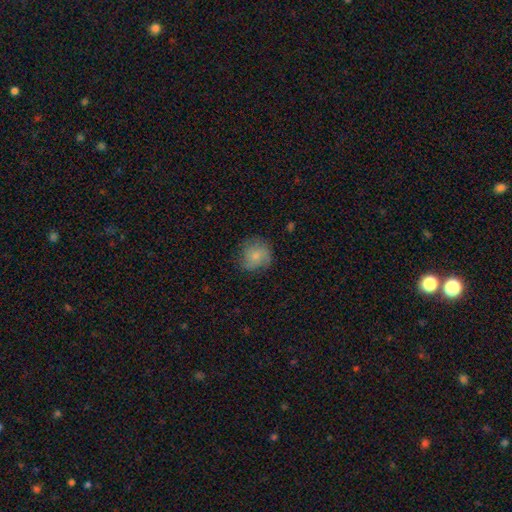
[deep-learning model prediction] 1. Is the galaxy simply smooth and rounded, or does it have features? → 75% smooth, 17% featured or disk, 8% star or artifact.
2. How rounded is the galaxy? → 86% round, 13% in between, 1% cigar-shaped.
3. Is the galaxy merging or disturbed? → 73% none, 20% minor disturbance, 6% major disturbance, 1% merger.